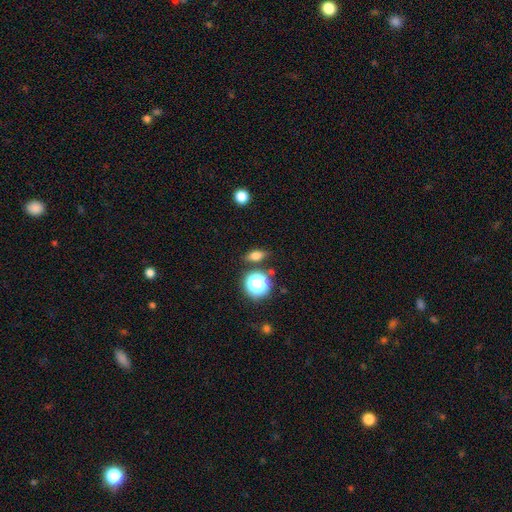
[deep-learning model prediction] This is likely a smooth galaxy (70%). How rounded: likely in between (63%). Merging: clearly none (81%).